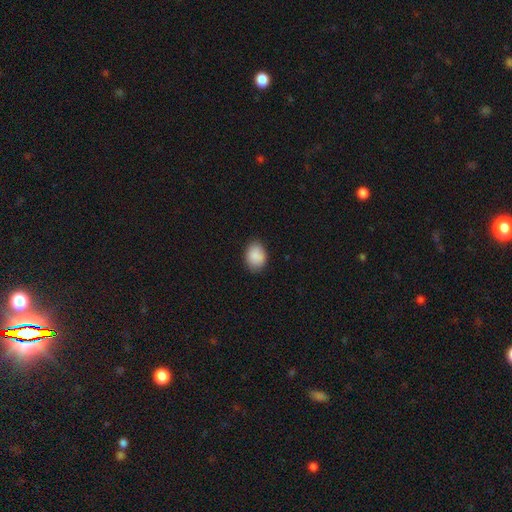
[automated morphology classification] A smooth galaxy with no disk features (89%) that is in between round and cigar-shaped (68%).

Vote fractions:
- Smooth or featured? smooth: 89% / star or artifact: 7% / featured or disk: 4%
- How rounded? in between: 68% / round: 31% / cigar-shaped: 1%
- Merging? none: 82% / minor disturbance: 15% / major disturbance: 3% / merger: 1%